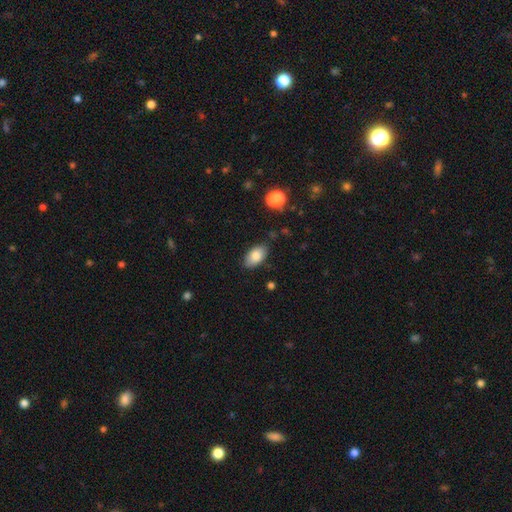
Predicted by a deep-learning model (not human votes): A smooth galaxy with no disk features (83%) that is in between round and cigar-shaped (93%).

Vote fractions:
- Smooth or featured? smooth: 83% / featured or disk: 10% / star or artifact: 8%
- How rounded? in between: 93% / round: 5% / cigar-shaped: 2%
- Merging? none: 83% / minor disturbance: 13% / major disturbance: 3% / merger: 2%